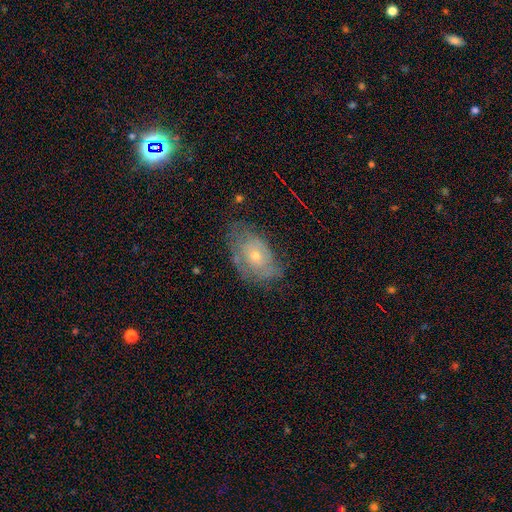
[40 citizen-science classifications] Morphology: type=featured or disk (52%); edge-on=no (95%); bar=no (75%); spiral arms=no (60%); bulge=small (75%); merging=none (54%).